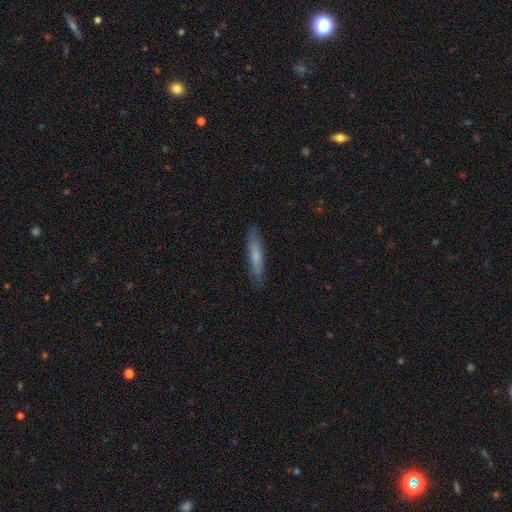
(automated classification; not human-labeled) smooth 67%, featured or disk 27%, star or artifact 6%. Down the decision tree: how rounded — cigar-shaped (91%); merging — none (86%).